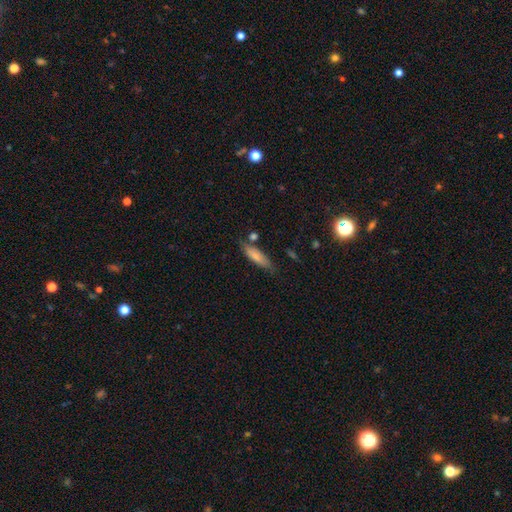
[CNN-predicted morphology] A smooth galaxy with no disk features (77%) that is cigar-shaped (61%). Merging: none (70%).